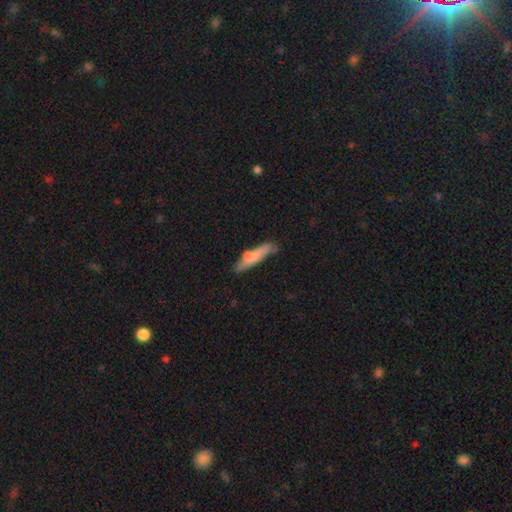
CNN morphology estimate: smooth_or_featured: smooth (p=0.67) [alt: featured or disk p=0.26]
how_rounded: cigar-shaped (p=0.86) [alt: in between p=0.12]
merging: none (p=0.62) [alt: minor disturbance p=0.23]